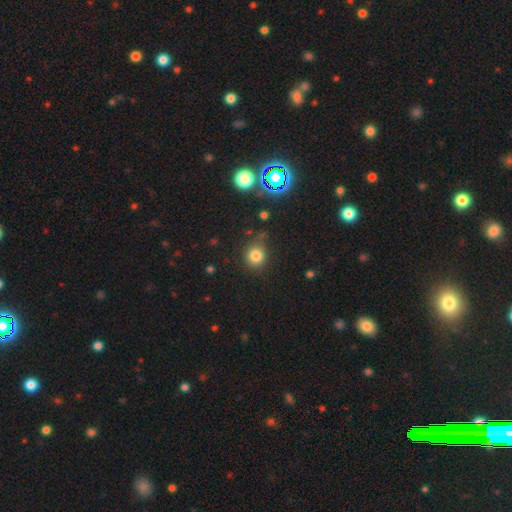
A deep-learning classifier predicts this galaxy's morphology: This appears to be a smooth galaxy with no disk features (78%) that is round (87%). Merging: none (74%).